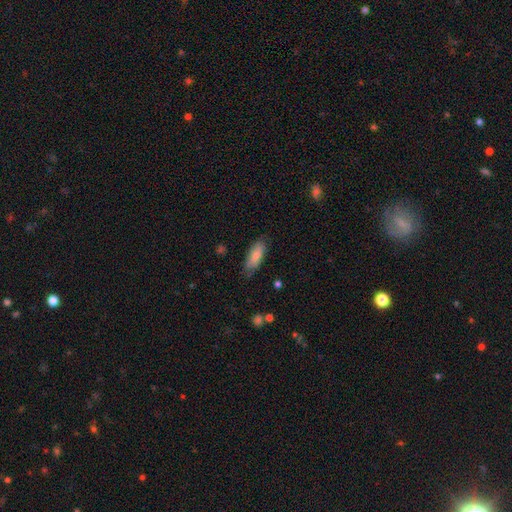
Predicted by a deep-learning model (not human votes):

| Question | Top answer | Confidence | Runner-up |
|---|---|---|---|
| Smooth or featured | smooth | 80% | featured or disk (14%) |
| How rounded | in between | 69% | cigar-shaped (29%) |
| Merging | none | 74% | minor disturbance (20%) |